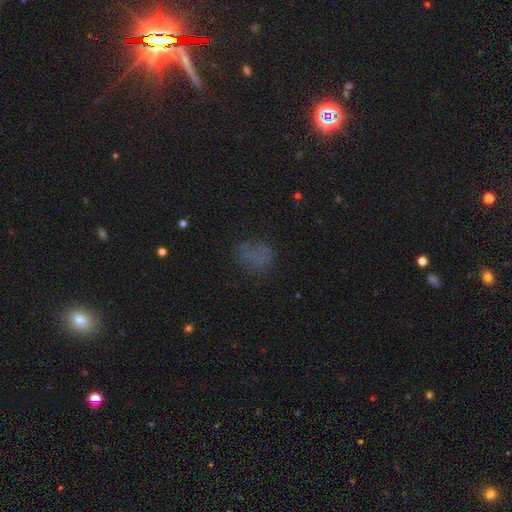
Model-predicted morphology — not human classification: Overall: smooth (52%; star or artifact 29%). How rounded: in between (53%; round 45%). Merging: none (60%).